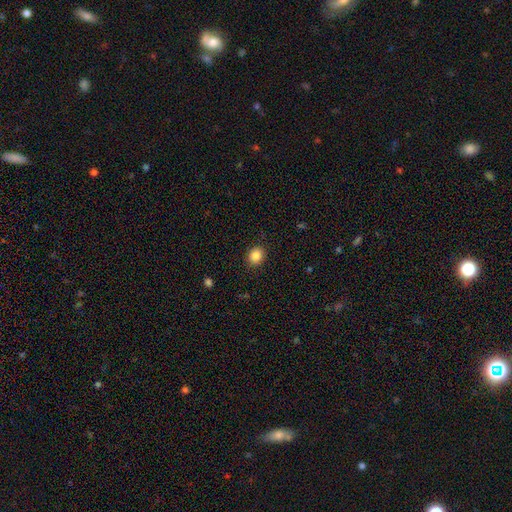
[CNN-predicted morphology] Overall: smooth (86%). How rounded: round (68%; in between 31%). Merging: none (89%).